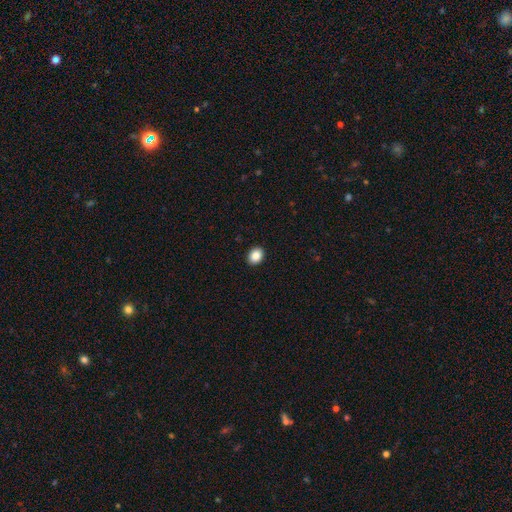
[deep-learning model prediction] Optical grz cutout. It shows a smooth galaxy with no disk features (88%) that is in between round and cigar-shaped (58%). Merging: none (92%).